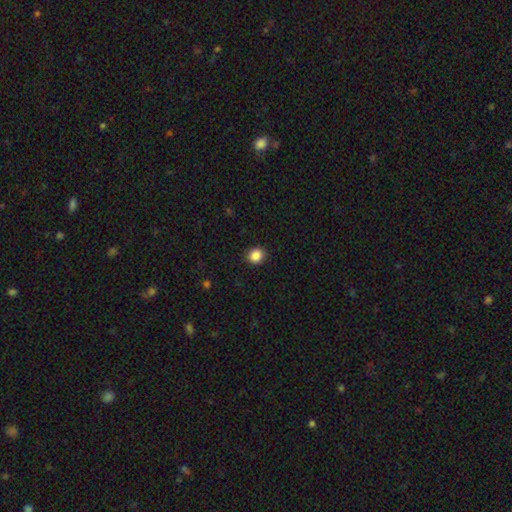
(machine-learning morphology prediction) This is clearly a smooth galaxy (87%). How rounded: clearly round (84%). Merging: clearly none (91%).